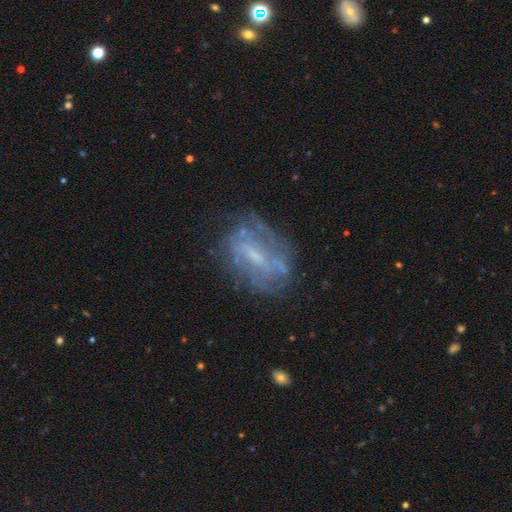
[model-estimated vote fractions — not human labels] featured or disk 72%, smooth 17%, star or artifact 11%. Down the decision tree: edge-on disk — no (94%); bar — weak (47%); spiral arms — yes (60%); bulge size — small (49%); merging — none (61%).